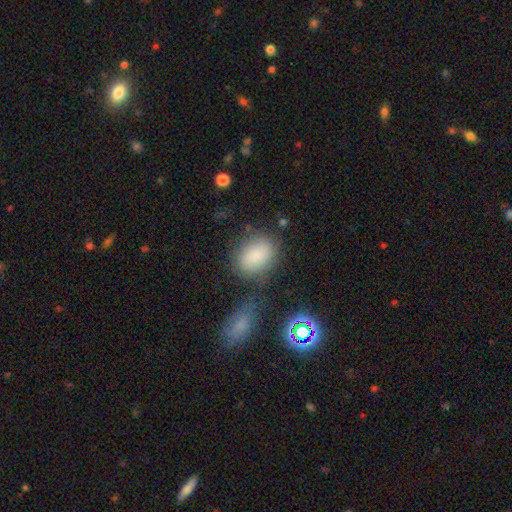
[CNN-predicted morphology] This appears to be a smooth galaxy with no disk features (84%) that is in between round and cigar-shaped (77%). Merging: none (66%).